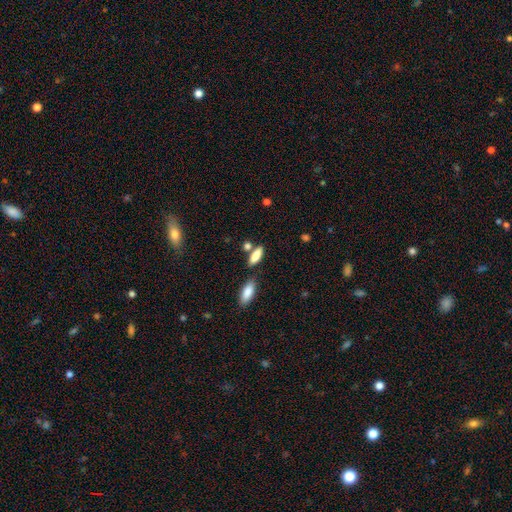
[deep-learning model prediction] Q: Smooth or featured?
A: smooth (84%); runner-up: featured or disk (8%)
Q: How rounded?
A: in between (67%); runner-up: cigar-shaped (29%)
Q: Merging?
A: none (62%); runner-up: merger (20%)